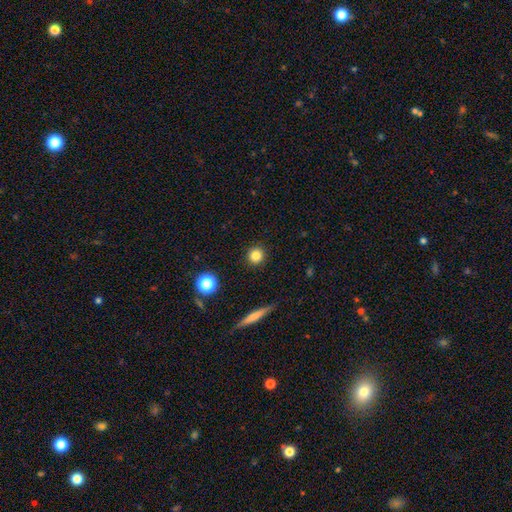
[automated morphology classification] Q: Smooth or featured?
A: smooth (82%); runner-up: star or artifact (11%)
Q: How rounded?
A: round (94%); runner-up: in between (5%)
Q: Merging?
A: none (92%); runner-up: minor disturbance (5%)